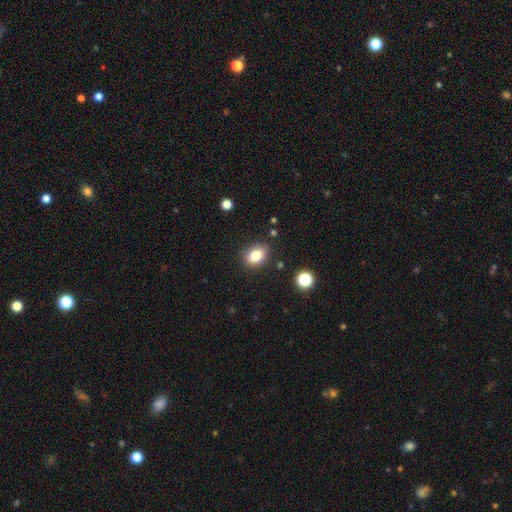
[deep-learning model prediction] The model was most divided on "how rounded": in between: 74%, round: 25%, cigar-shaped: 2%. More confident: smooth or featured — smooth (82%); merging — none (82%).